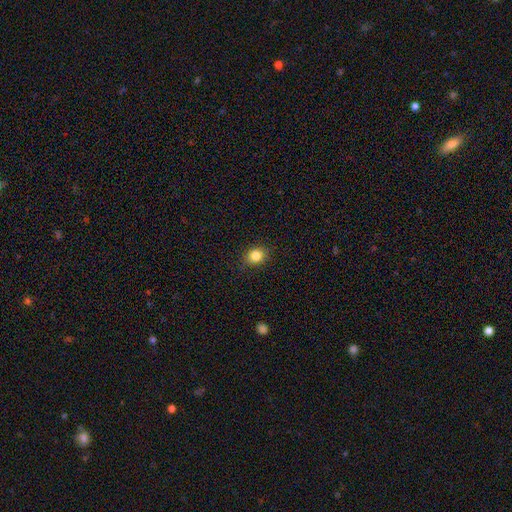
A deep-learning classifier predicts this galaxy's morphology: This appears to be a smooth galaxy with no disk features (83%) that is round (64%). Merging: none (87%).